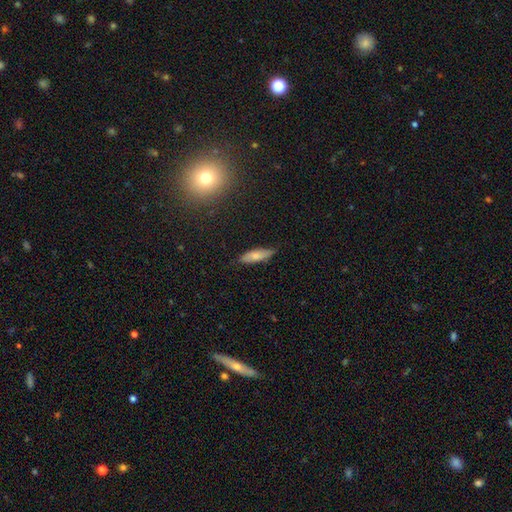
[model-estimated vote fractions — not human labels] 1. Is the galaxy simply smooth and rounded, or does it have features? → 73% smooth, 19% featured or disk, 7% star or artifact.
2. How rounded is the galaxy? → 50% cigar-shaped, 48% in between, 2% round.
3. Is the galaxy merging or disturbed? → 76% none, 20% minor disturbance, 3% major disturbance, 1% merger.